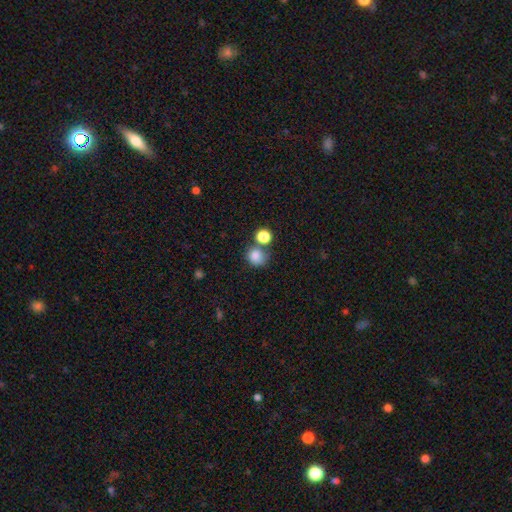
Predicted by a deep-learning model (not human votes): This appears to be a smooth galaxy with no disk features (82%) that is round (82%). Merging: none (56%).